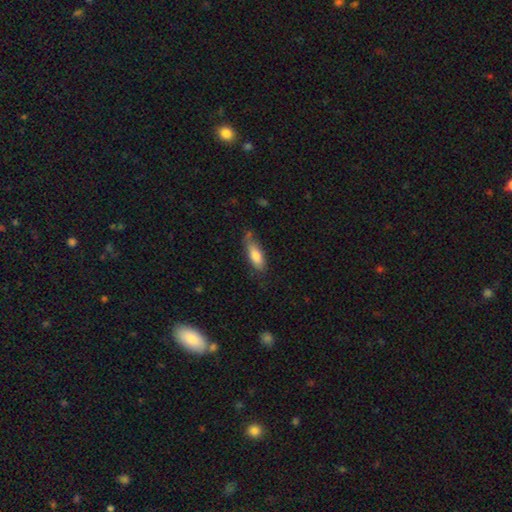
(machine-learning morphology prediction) This appears to be a smooth galaxy with no disk features (79%) that is in between round and cigar-shaped (62%). Merging: none (59%).